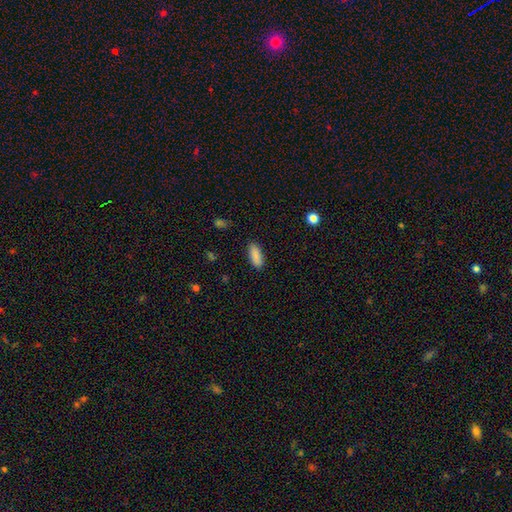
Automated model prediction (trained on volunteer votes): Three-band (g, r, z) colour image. It shows a smooth galaxy with no disk features (88%) that is in between round and cigar-shaped (82%). Merging: none (87%).